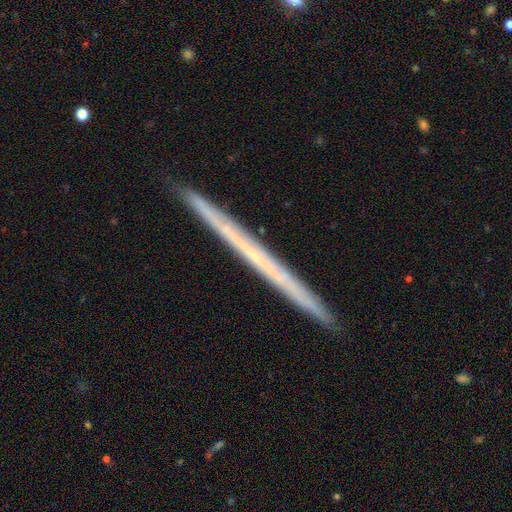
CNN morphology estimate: Smooth or featured? featured or disk (64%)
Edge-on disk? yes (98%)
Edge-on bulge? none (90%)
Merging? none (92%)